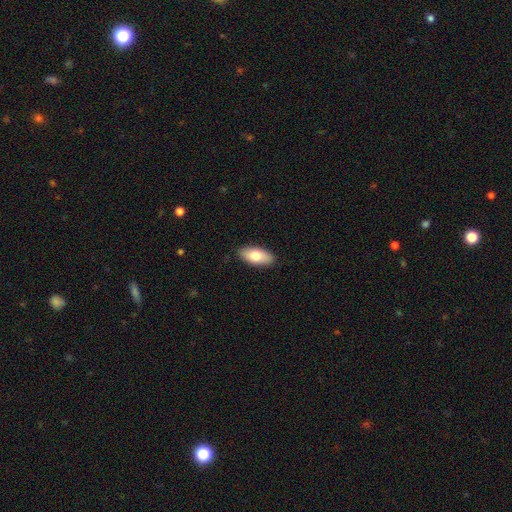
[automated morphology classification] This is likely a smooth galaxy (77%). How rounded: clearly in between (90%). Merging: clearly none (88%).